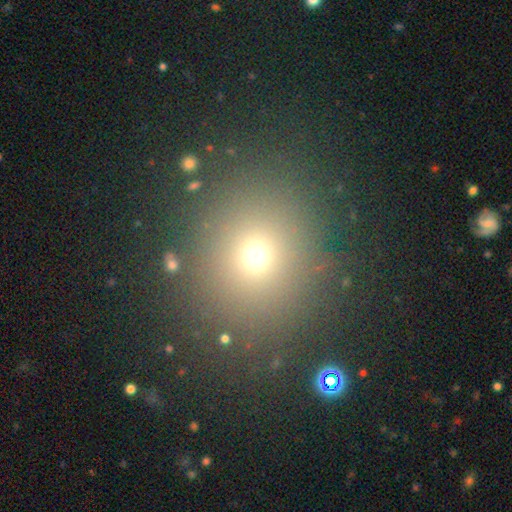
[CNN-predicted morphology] smooth 66%, star or artifact 25%, featured or disk 9%. Down the decision tree: how rounded — round (85%); merging — none (86%).